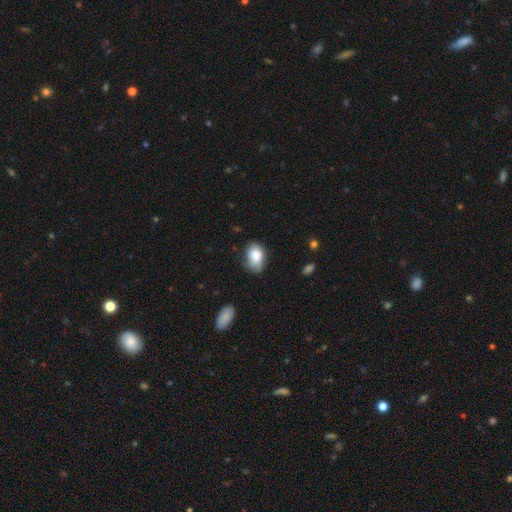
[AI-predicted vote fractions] Smooth or featured: smooth — 80% (featured or disk — 12%)
How rounded: in between — 82% (round — 17%)
Merging: none — 49% (minor disturbance — 36%)